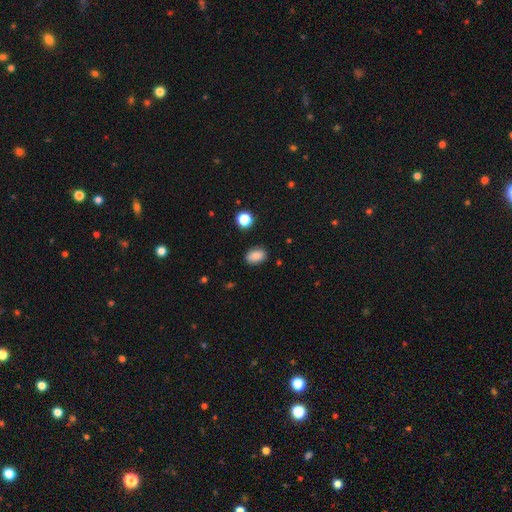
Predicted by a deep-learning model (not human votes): A smooth galaxy with no disk features (86%) that is in between round and cigar-shaped (81%). Merging: none (84%).